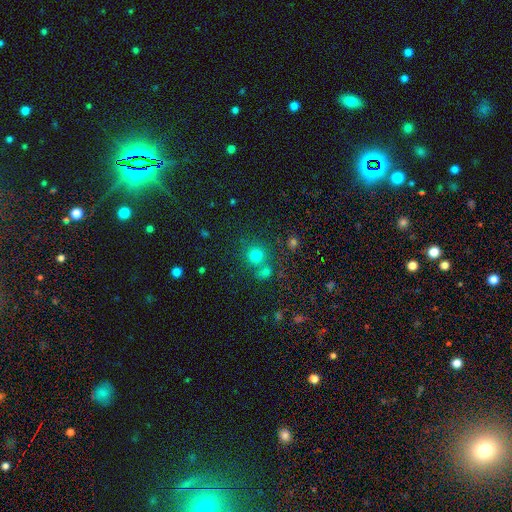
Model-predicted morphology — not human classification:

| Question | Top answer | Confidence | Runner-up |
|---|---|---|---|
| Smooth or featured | smooth | 74% | star or artifact (18%) |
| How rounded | round | 90% | in between (9%) |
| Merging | none | 65% | merger (23%) |